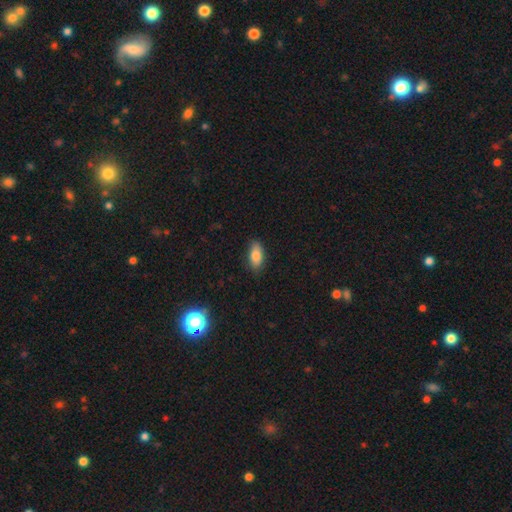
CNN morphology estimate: Smooth or featured? smooth (83%)
How rounded? in between (87%)
Merging? none (82%)